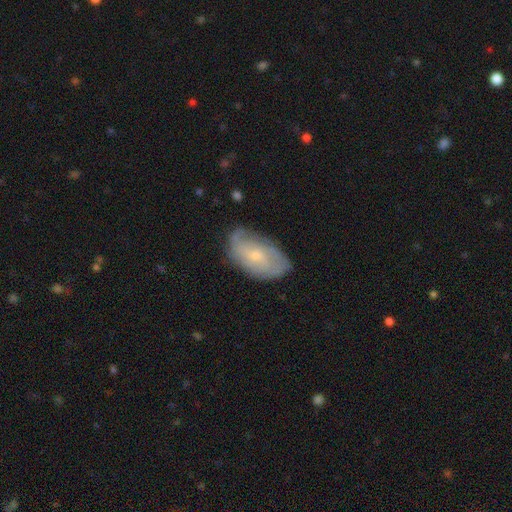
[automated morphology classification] Smooth or featured? Predicted: featured or disk (p=0.58). Edge-on disk? Predicted: no (p=0.94). Bar? Predicted: no (p=0.63). Spiral arms? Predicted: yes (p=0.78). Bulge size? Predicted: small (p=0.67). Merging? Predicted: none (p=0.63).